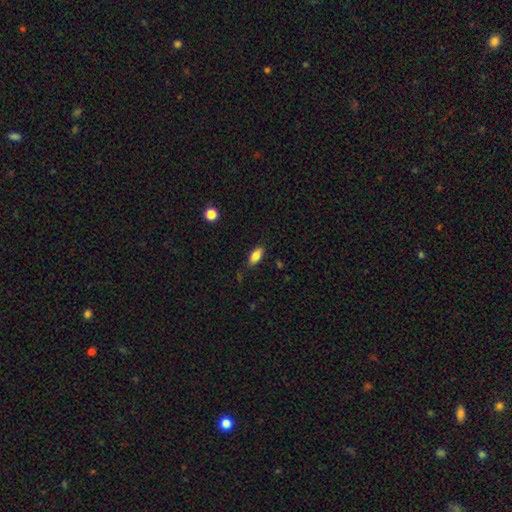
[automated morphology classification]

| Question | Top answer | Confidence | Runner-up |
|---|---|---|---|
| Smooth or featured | smooth | 82% | featured or disk (10%) |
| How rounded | in between | 84% | cigar-shaped (13%) |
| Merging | none | 82% | minor disturbance (13%) |